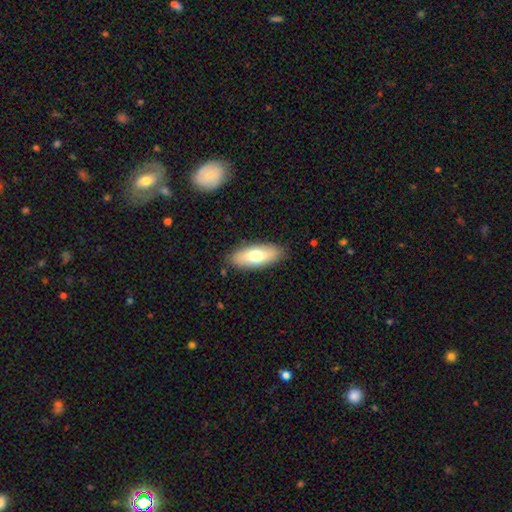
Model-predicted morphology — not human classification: smooth-or-featured: smooth: 70% | featured or disk: 24% | star or artifact: 6%
  how-rounded: in between: 74% | cigar-shaped: 23% | round: 2%
  merging: none: 87% | minor disturbance: 10% | major disturbance: 2% | merger: 1%